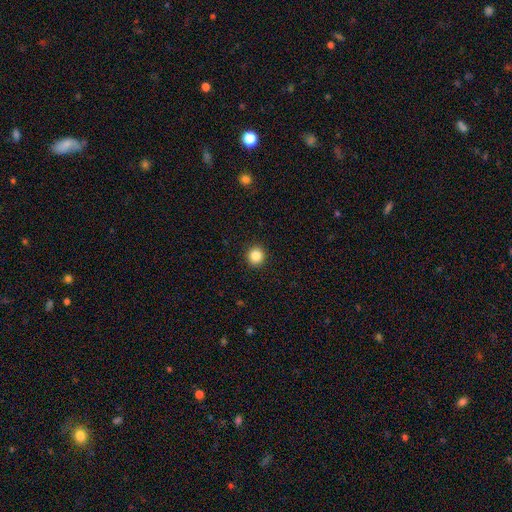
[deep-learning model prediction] Smooth or featured: smooth — 85% (star or artifact — 11%)
How rounded: round — 92% (in between — 7%)
Merging: none — 93% (minor disturbance — 5%)